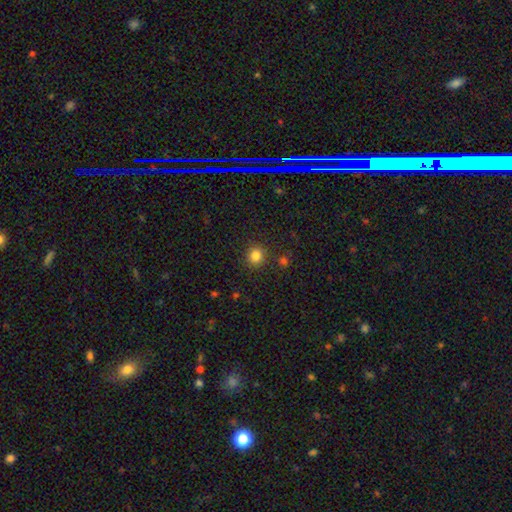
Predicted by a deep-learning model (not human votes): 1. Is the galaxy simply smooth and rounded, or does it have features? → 82% smooth, 13% star or artifact, 5% featured or disk.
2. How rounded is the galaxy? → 90% round, 9% in between, 1% cigar-shaped.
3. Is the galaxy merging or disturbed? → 87% none, 7% minor disturbance, 3% merger, 2% major disturbance.